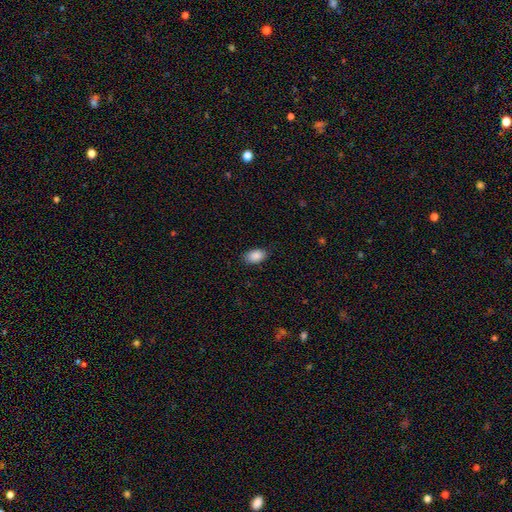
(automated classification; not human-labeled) This appears to be a smooth galaxy with no disk features (89%) that is in between round and cigar-shaped (90%). Merging: none (85%).